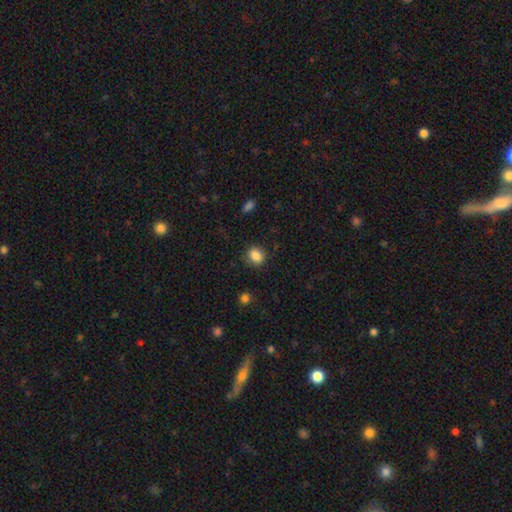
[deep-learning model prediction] This appears to be a smooth galaxy with no disk features (86%) that is round (66%). Merging: none (85%).